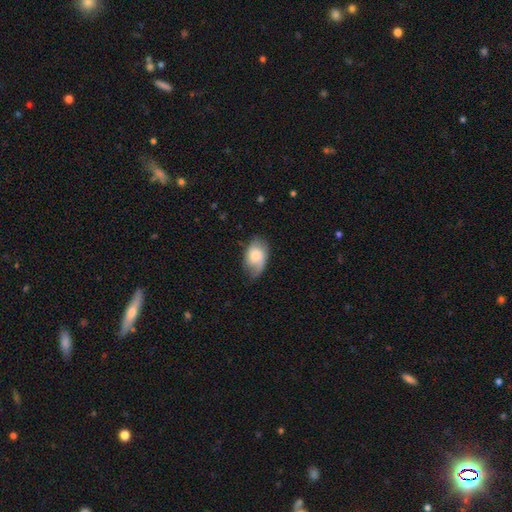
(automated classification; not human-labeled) Smooth or featured? smooth (60%)
How rounded? in between (88%)
Merging? none (59%)